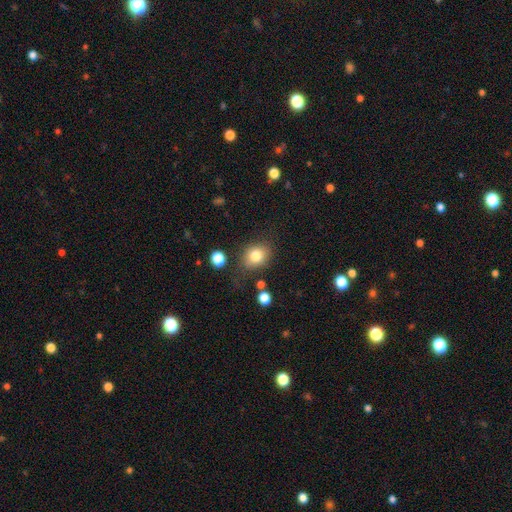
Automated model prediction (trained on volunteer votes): smooth_or_featured: smooth (p=0.80) [alt: star or artifact p=0.11]
how_rounded: round (p=0.54) [alt: in between p=0.45]
merging: none (p=0.73) [alt: minor disturbance p=0.16]